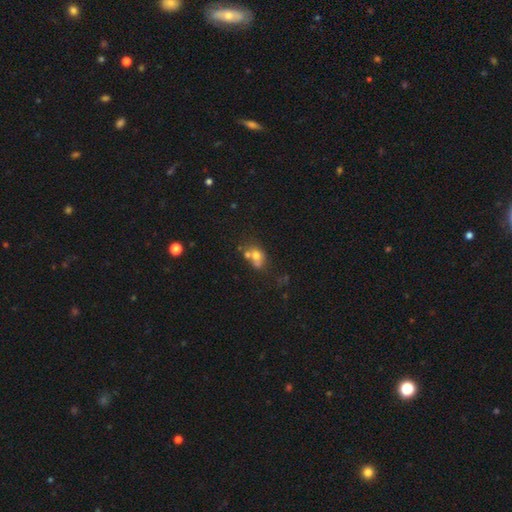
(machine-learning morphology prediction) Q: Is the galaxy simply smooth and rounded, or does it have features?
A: smooth — 61%.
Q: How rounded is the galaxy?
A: round — 55%.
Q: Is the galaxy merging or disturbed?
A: merger — 48%.